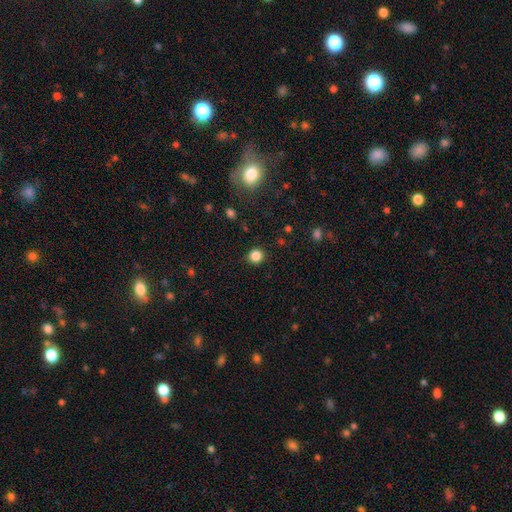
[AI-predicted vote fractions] A smooth galaxy with no disk features (85%) that is round (90%).

Vote fractions:
- Smooth or featured? smooth: 85% / star or artifact: 12% / featured or disk: 3%
- How rounded? round: 90% / in between: 9% / cigar-shaped: 1%
- Merging? none: 91% / minor disturbance: 6% / major disturbance: 2% / merger: 1%